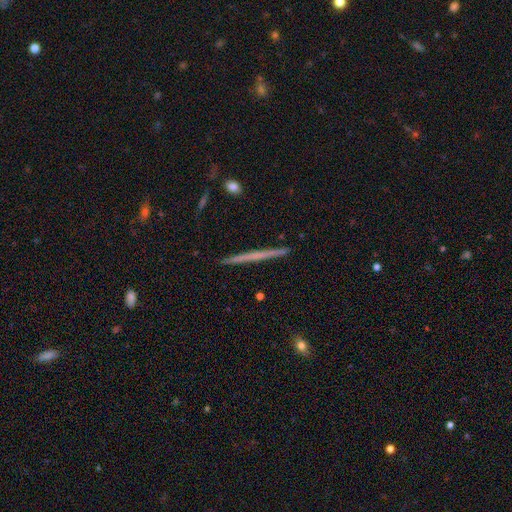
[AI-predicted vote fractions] A featured or disk galaxy (57%) viewed edge-on (98%) with no central bulge (81%).

Vote fractions:
- Smooth or featured? featured or disk: 57% / smooth: 36% / star or artifact: 7%
- Edge-on disk? yes: 98% / no: 2%
- Edge-on bulge? none: 81% / rounded: 15% / boxy: 4%
- Merging? none: 92% / minor disturbance: 6% / merger: 1% / major disturbance: 1%